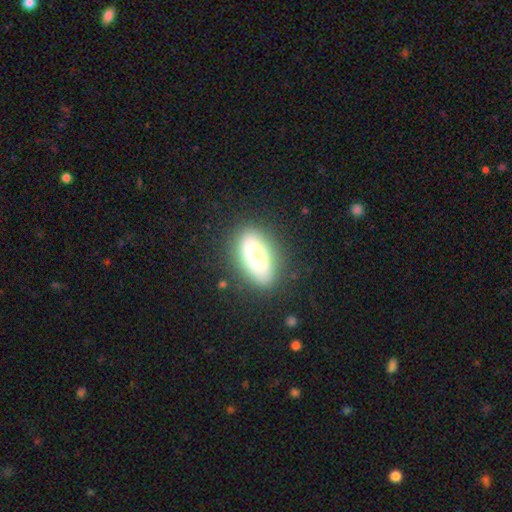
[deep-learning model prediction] smooth 72%, featured or disk 20%, star or artifact 8%. Down the decision tree: how rounded — in between (83%); merging — none (83%).